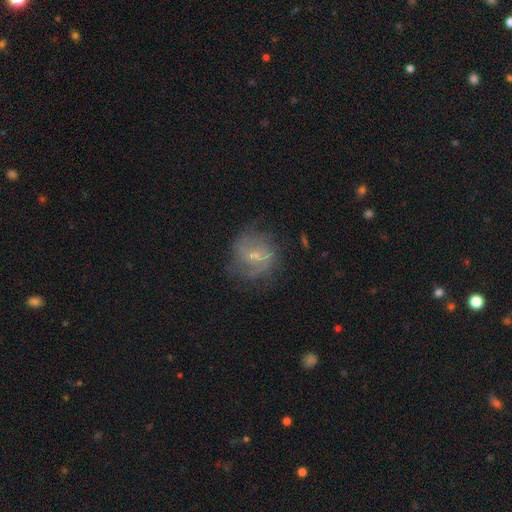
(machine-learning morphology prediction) Smooth or featured? featured or disk (72%)
Edge-on disk? no (97%)
Bar? weak (50%)
Spiral arms? yes (86%)
Spiral winding? medium (45%)
Spiral arm count? 2 (56%)
Bulge size? small (64%)
Merging? none (66%)